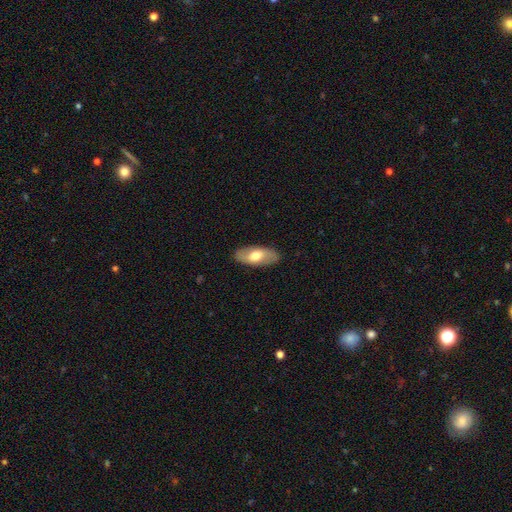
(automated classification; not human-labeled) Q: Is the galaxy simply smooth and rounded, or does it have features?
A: smooth — 55%.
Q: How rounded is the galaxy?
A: in between — 87%.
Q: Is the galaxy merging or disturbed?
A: none — 88%.